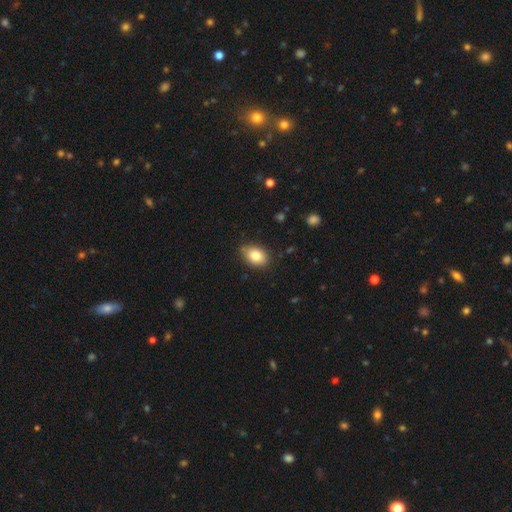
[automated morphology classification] smooth-or-featured: smooth: 82% | featured or disk: 10% | star or artifact: 8%
  how-rounded: in between: 82% | round: 17% | cigar-shaped: 1%
  merging: none: 82% | minor disturbance: 14% | major disturbance: 2% | merger: 1%